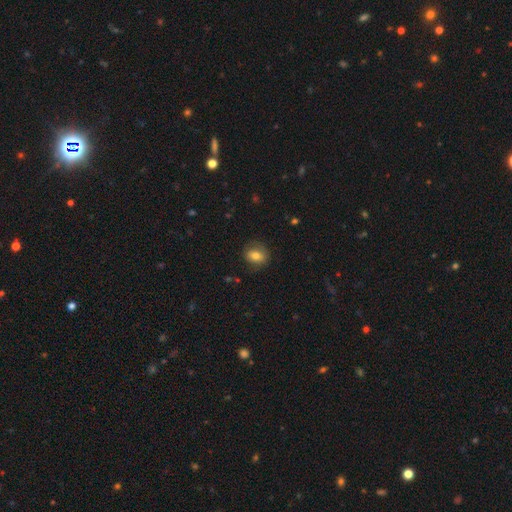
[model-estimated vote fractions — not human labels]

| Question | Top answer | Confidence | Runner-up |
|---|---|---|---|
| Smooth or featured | smooth | 73% | featured or disk (17%) |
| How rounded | round | 55% | in between (44%) |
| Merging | none | 77% | minor disturbance (16%) |